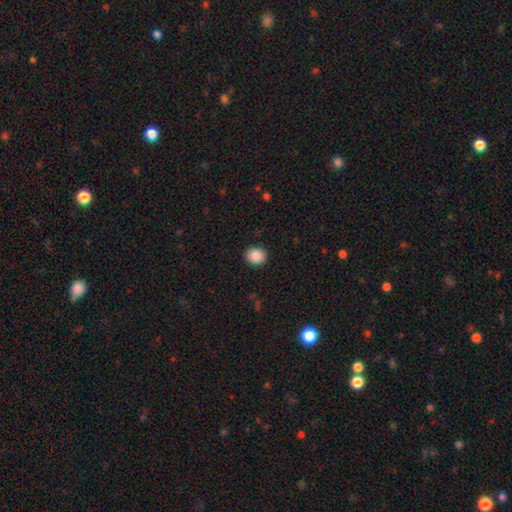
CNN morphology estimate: Overall: smooth (87%). How rounded: round (75%). Merging: none (92%).